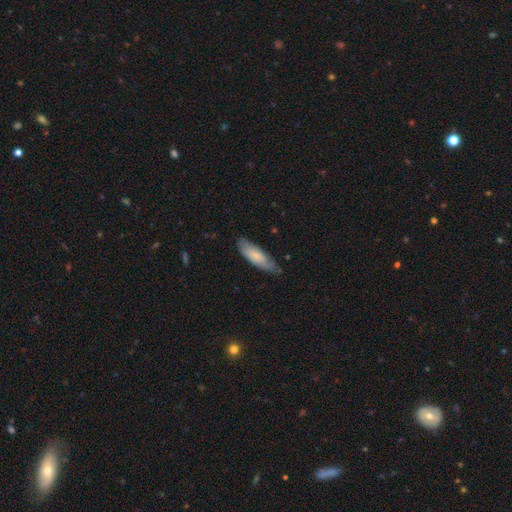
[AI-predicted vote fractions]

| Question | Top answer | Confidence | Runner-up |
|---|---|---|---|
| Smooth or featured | smooth | 67% | featured or disk (28%) |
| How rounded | in between | 53% | cigar-shaped (45%) |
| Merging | none | 70% | minor disturbance (25%) |